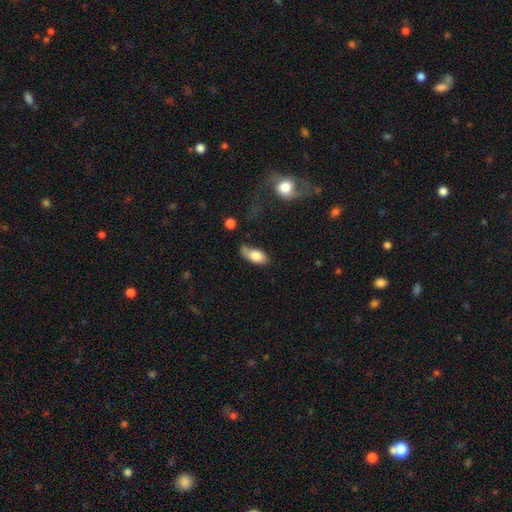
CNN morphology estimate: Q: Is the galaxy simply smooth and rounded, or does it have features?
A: smooth — 79%.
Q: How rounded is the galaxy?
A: in between — 88%.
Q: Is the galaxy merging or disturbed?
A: none — 48%.